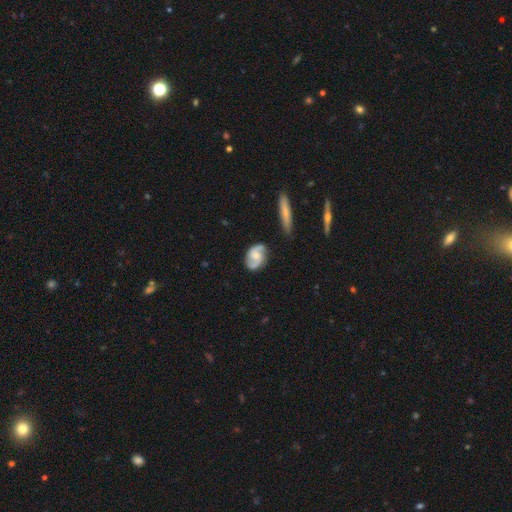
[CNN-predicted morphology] This is likely a featured or disk galaxy (76%). It is clearly not viewed edge-on (97%). Bar: possibly no (58%). Spiral arm pattern: clearly yes (95%). Spiral arm count: clearly 2 (91%). Spiral winding: possibly medium (50%). Central bulge: marginally moderate (41%). Merging: likely none (77%).